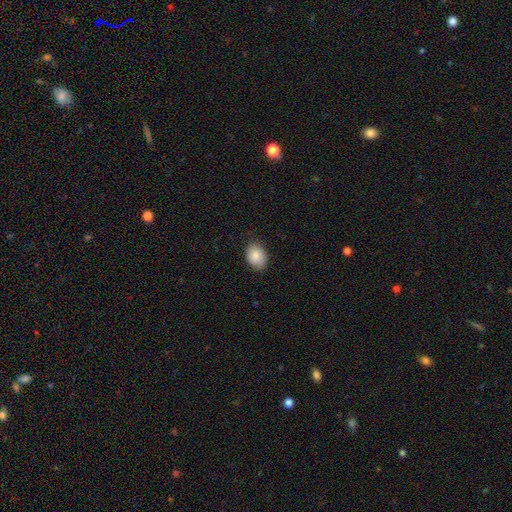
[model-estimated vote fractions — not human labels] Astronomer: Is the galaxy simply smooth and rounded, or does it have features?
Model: smooth — 87%.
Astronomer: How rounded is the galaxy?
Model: in between — 77%.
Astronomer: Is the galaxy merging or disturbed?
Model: none — 82%.